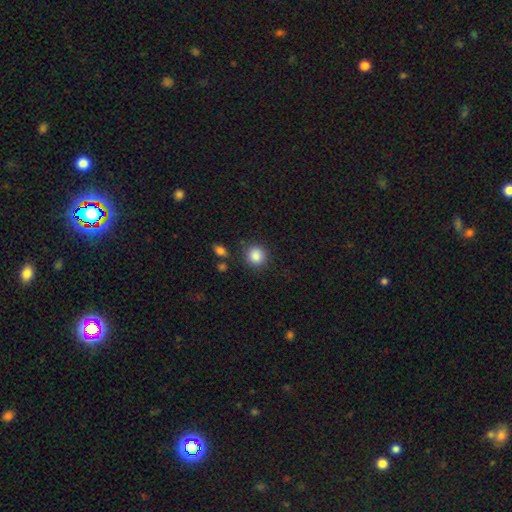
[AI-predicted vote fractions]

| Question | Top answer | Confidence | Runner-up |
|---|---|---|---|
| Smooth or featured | smooth | 87% | star or artifact (9%) |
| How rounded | round | 87% | in between (12%) |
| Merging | none | 84% | minor disturbance (9%) |